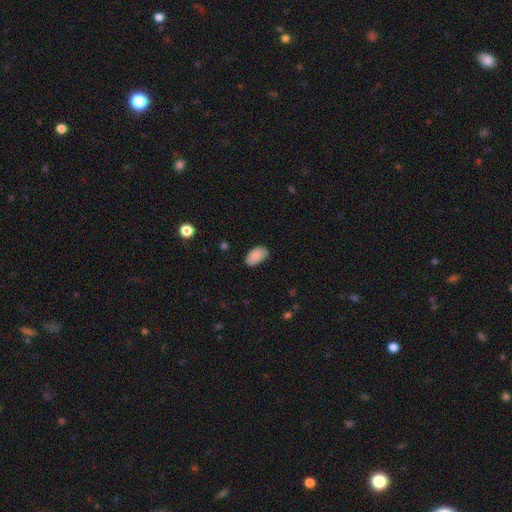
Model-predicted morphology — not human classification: Smooth or featured: smooth — 88% (star or artifact — 7%)
How rounded: in between — 94% (round — 4%)
Merging: none — 81% (minor disturbance — 15%)